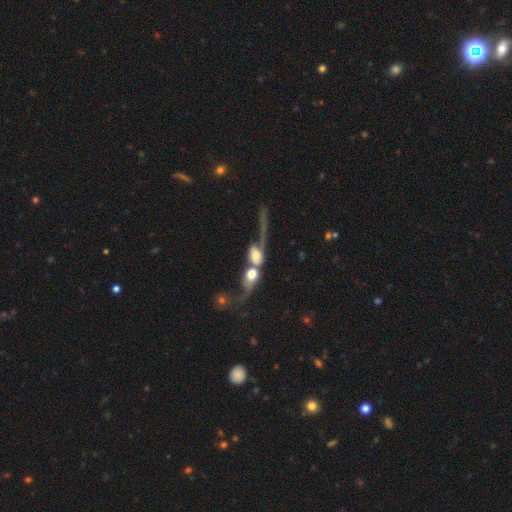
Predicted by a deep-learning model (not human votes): featured or disk 49%, smooth 40%, star or artifact 11%. Down the decision tree: merging — merger (76%).